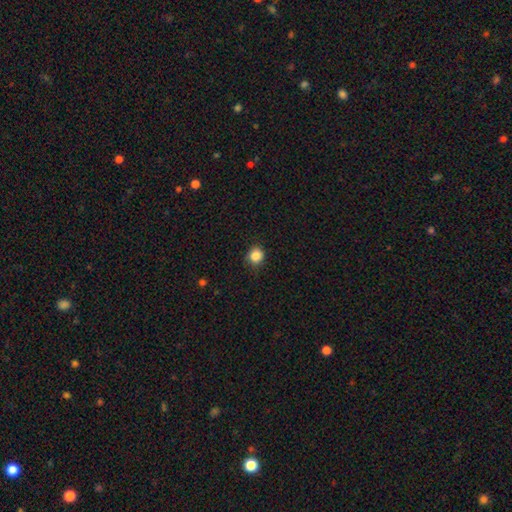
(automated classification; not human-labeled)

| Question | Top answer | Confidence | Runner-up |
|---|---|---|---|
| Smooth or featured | smooth | 85% | star or artifact (11%) |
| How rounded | round | 87% | in between (12%) |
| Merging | none | 86% | minor disturbance (10%) |